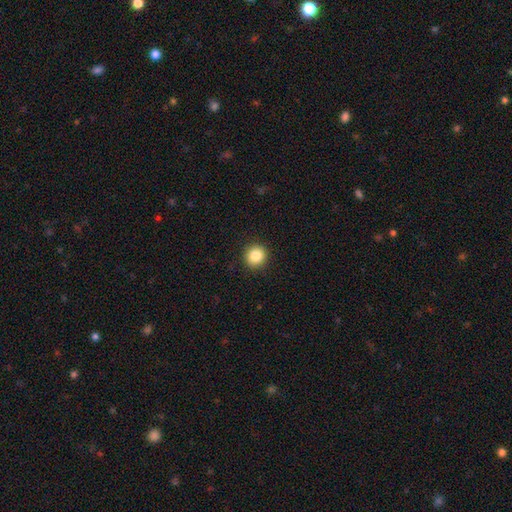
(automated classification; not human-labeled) smooth-or-featured: smooth: 86% | star or artifact: 10% | featured or disk: 4%
  how-rounded: round: 91% | in between: 8% | cigar-shaped: 1%
  merging: none: 92% | minor disturbance: 5% | major disturbance: 2% | merger: 1%